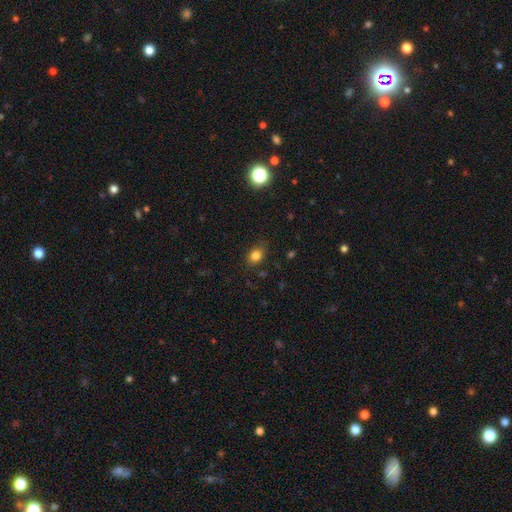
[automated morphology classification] smooth 81%, star or artifact 12%, featured or disk 7%. Down the decision tree: how rounded — in between (56%); merging — none (80%).